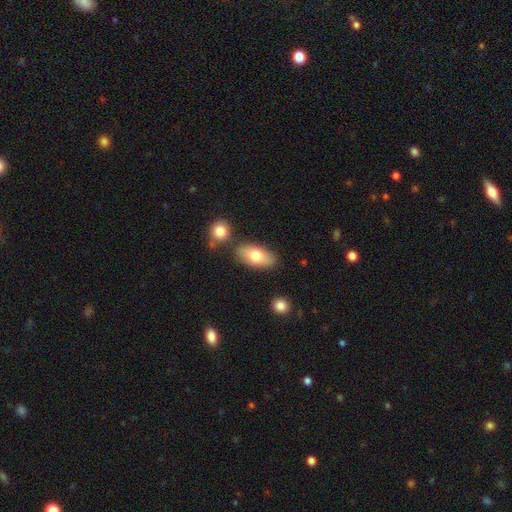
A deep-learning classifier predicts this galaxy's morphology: Smooth or featured?
  - smooth: 75% *
  - featured or disk: 19%
  - star or artifact: 6%
How rounded?
  - in between: 91% *
  - cigar-shaped: 5%
  - round: 4%
Merging?
  - none: 76% *
  - minor disturbance: 12%
  - merger: 9%
  - major disturbance: 3%